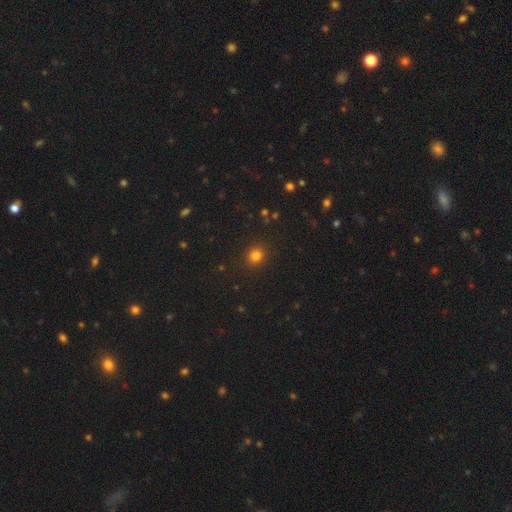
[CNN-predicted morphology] This is clearly a smooth galaxy (81%). How rounded: clearly round (83%). Merging: clearly none (90%).